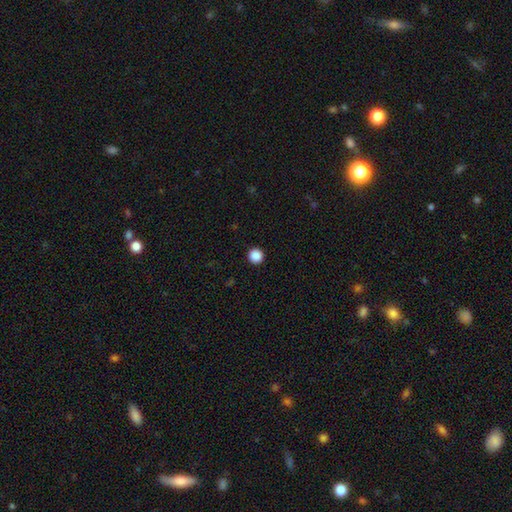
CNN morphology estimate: Q: Smooth or featured?
A: smooth (88%); runner-up: star or artifact (10%)
Q: How rounded?
A: round (96%); runner-up: in between (3%)
Q: Merging?
A: none (94%); runner-up: minor disturbance (4%)